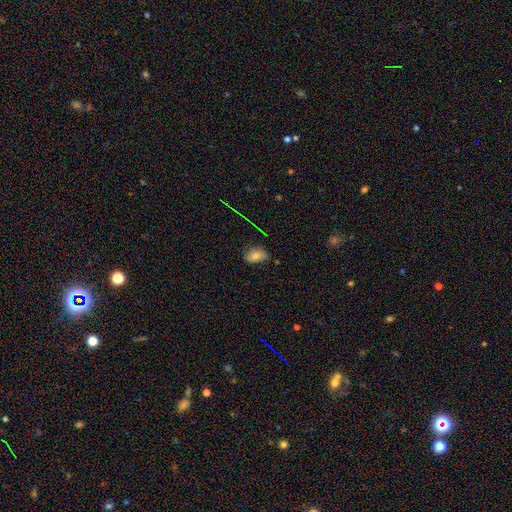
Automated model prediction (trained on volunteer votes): This appears to be a smooth galaxy with no disk features (61%) that is in between round and cigar-shaped (87%). Merging: none (66%).